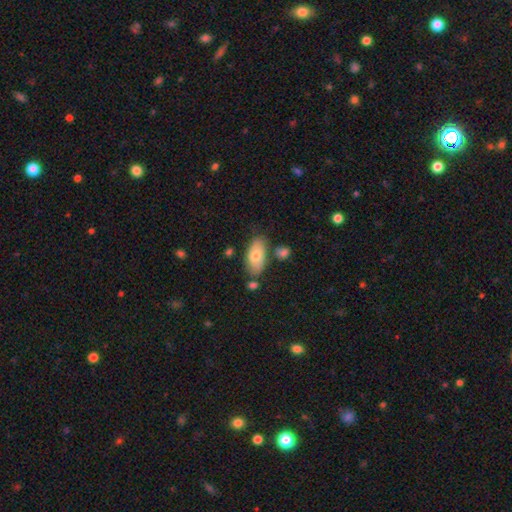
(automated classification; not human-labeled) Overall: smooth (69%). How rounded: in between (92%). Merging: none (69%).